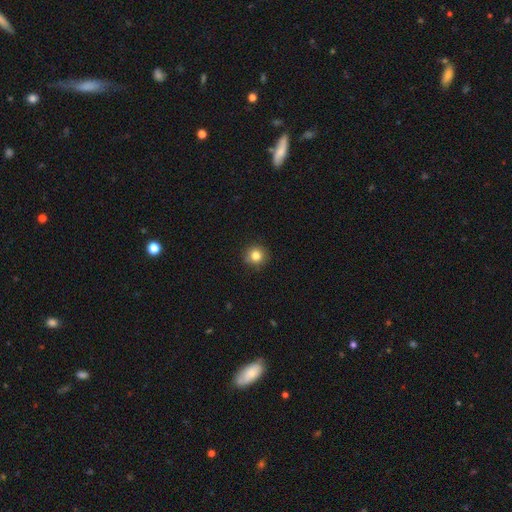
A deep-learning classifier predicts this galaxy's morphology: A smooth galaxy with no disk features (82%) that is round (94%).

Vote fractions:
- Smooth or featured? smooth: 82% / star or artifact: 12% / featured or disk: 6%
- How rounded? round: 94% / in between: 5% / cigar-shaped: 1%
- Merging? none: 90% / minor disturbance: 7% / major disturbance: 2% / merger: 1%